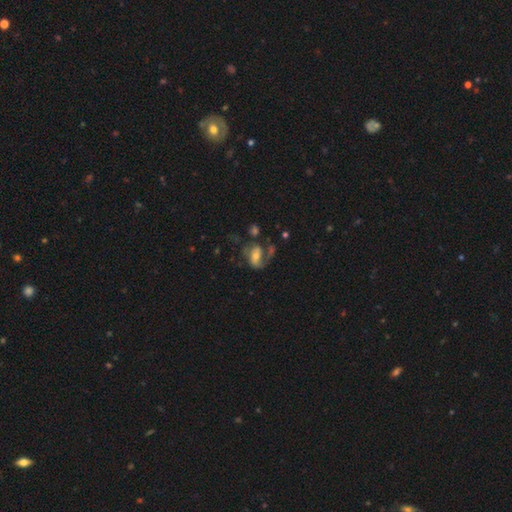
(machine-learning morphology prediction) featured or disk 65%, smooth 26%, star or artifact 9%. Down the decision tree: edge-on disk — no (96%); bar — no (40%); spiral arms — yes (83%); spiral arm count — 2 (50%); spiral winding — loose (42%); bulge size — moderate (51%); merging — none (38%).